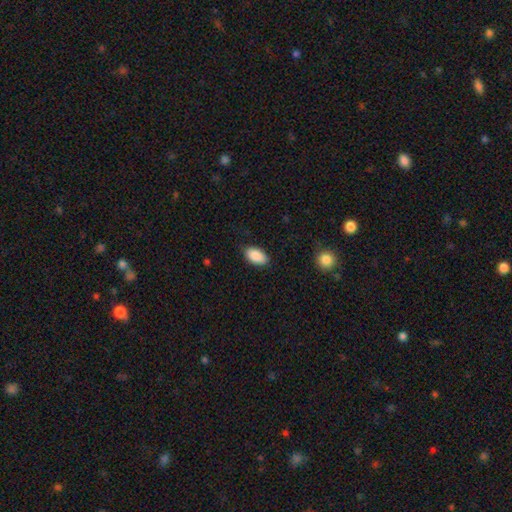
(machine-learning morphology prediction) Smooth or featured?
  - smooth: 89% *
  - star or artifact: 6%
  - featured or disk: 4%
How rounded?
  - in between: 94% *
  - round: 4%
  - cigar-shaped: 2%
Merging?
  - none: 83% *
  - minor disturbance: 13%
  - major disturbance: 3%
  - merger: 1%